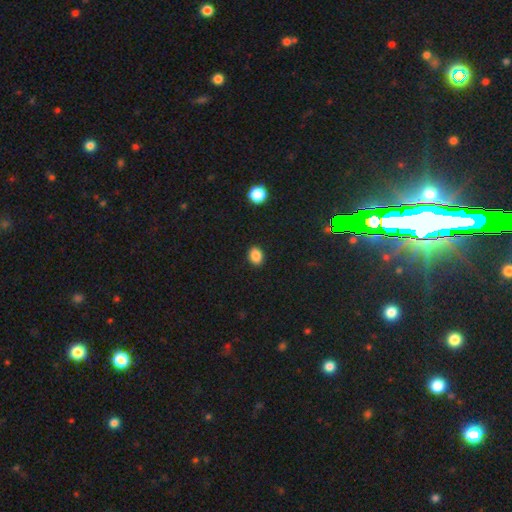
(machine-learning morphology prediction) Smooth or featured: smooth — 86% (star or artifact — 10%)
How rounded: in between — 60% (round — 39%)
Merging: none — 90% (minor disturbance — 7%)